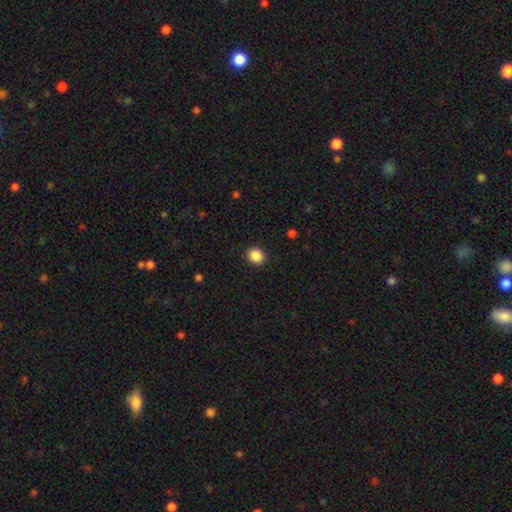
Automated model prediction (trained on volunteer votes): A smooth galaxy with no disk features (88%) that is round (83%).

Vote fractions:
- Smooth or featured? smooth: 88% / star or artifact: 10% / featured or disk: 3%
- How rounded? round: 83% / in between: 16% / cigar-shaped: 1%
- Merging? none: 91% / minor disturbance: 6% / major disturbance: 2% / merger: 1%